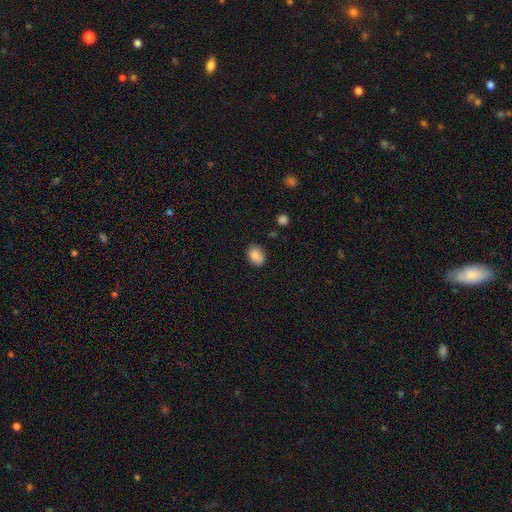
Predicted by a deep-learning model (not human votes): smooth_or_featured: smooth (p=0.86) [alt: star or artifact p=0.08]
how_rounded: in between (p=0.74) [alt: round p=0.25]
merging: none (p=0.79) [alt: minor disturbance p=0.15]